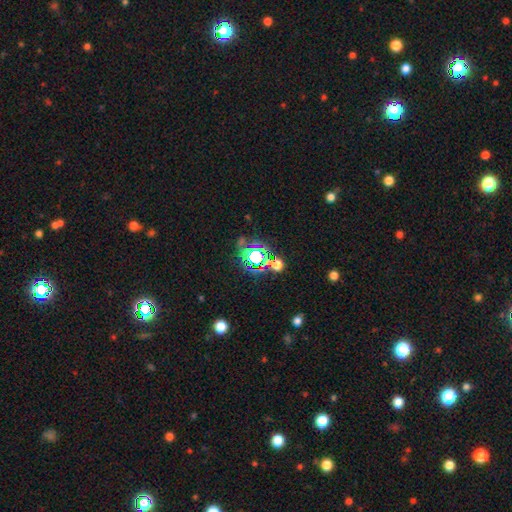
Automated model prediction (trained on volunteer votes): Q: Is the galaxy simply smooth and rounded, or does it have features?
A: star or artifact — 68%.